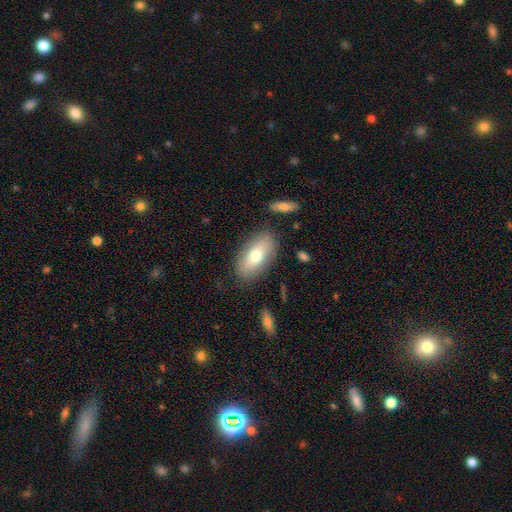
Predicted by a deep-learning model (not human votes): smooth 68%, featured or disk 25%, star or artifact 7%. Down the decision tree: how rounded — in between (90%); merging — none (81%).